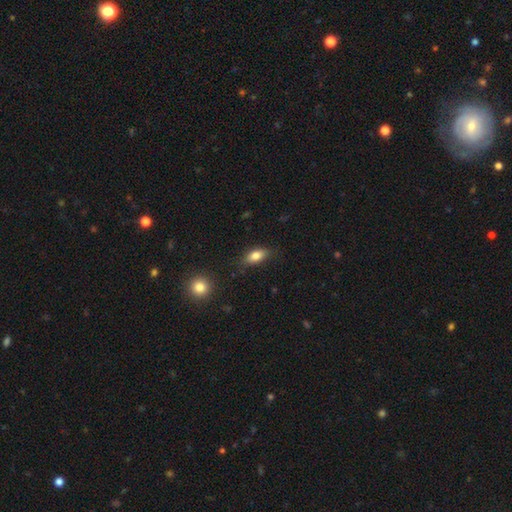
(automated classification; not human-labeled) Morphology: type=smooth (82%); roundness=in between (86%); merging=none (77%).